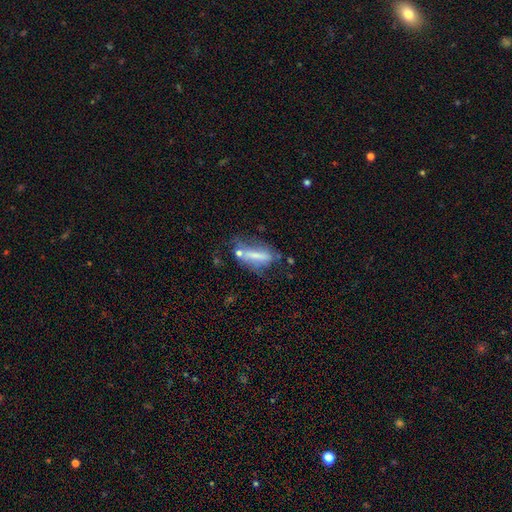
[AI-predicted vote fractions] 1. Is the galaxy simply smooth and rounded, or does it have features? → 50% smooth, 39% featured or disk, 11% star or artifact.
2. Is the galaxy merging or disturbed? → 38% none, 25% minor disturbance, 21% major disturbance, 16% merger.